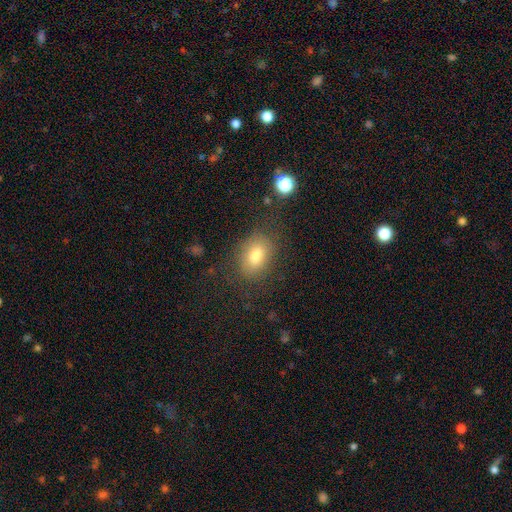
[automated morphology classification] This appears to be a smooth galaxy with no disk features (78%) that is in between round and cigar-shaped (72%). Merging: none (76%).